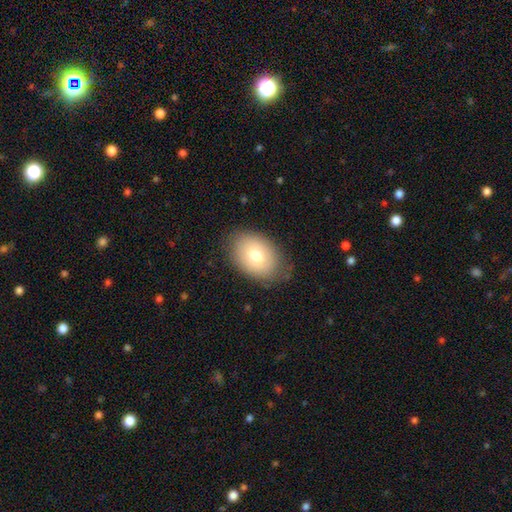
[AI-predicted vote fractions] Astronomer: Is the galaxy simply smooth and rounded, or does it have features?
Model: smooth — 74%.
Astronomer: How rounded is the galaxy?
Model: in between — 78%.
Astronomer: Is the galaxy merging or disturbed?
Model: none — 79%.